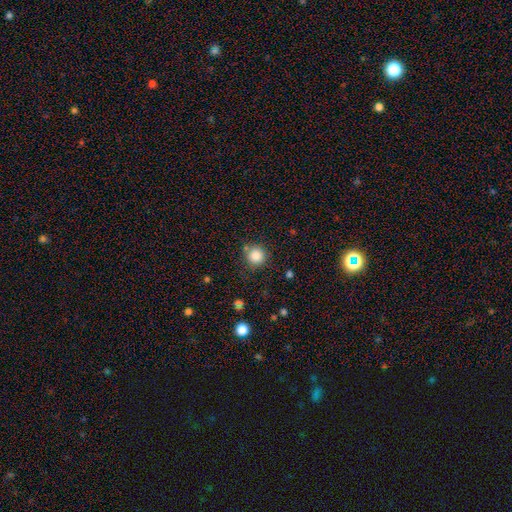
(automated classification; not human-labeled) A smooth galaxy with no disk features (85%) that is round (93%). Merging: none (79%).